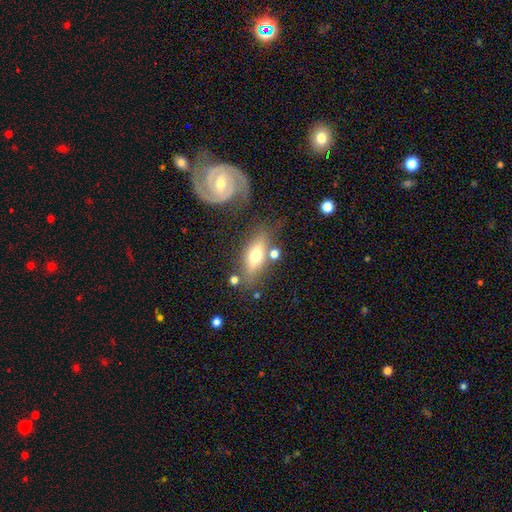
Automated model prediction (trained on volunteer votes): smooth 50%, featured or disk 42%, star or artifact 8%. Down the decision tree: how rounded — in between (65%); merging — none (65%).